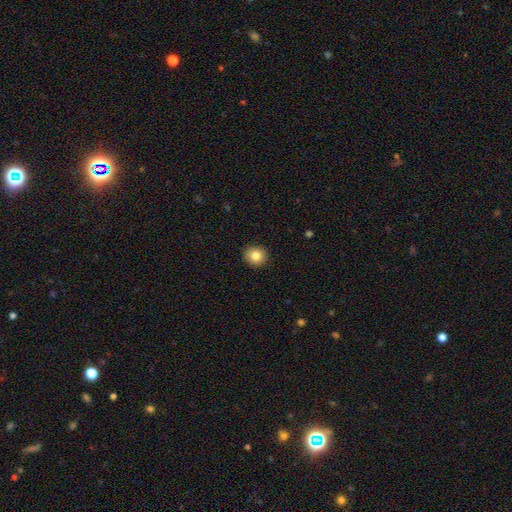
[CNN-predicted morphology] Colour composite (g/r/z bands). It shows a smooth galaxy with no disk features (84%) that is round (83%). Merging: none (91%).